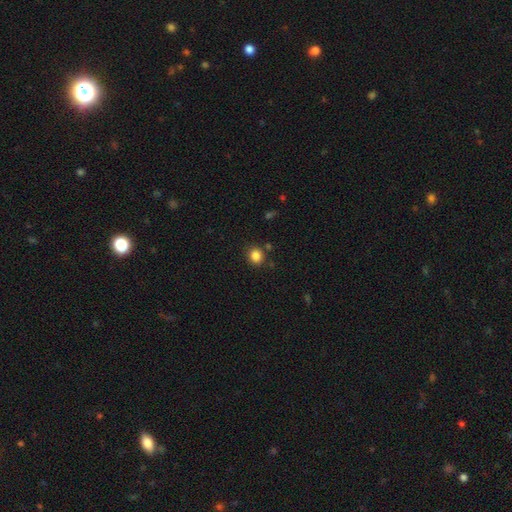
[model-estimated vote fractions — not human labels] A smooth galaxy with no disk features (85%) that is round (83%).

Vote fractions:
- Smooth or featured? smooth: 85% / star or artifact: 11% / featured or disk: 4%
- How rounded? round: 83% / in between: 16% / cigar-shaped: 1%
- Merging? none: 86% / minor disturbance: 8% / merger: 3% / major disturbance: 3%